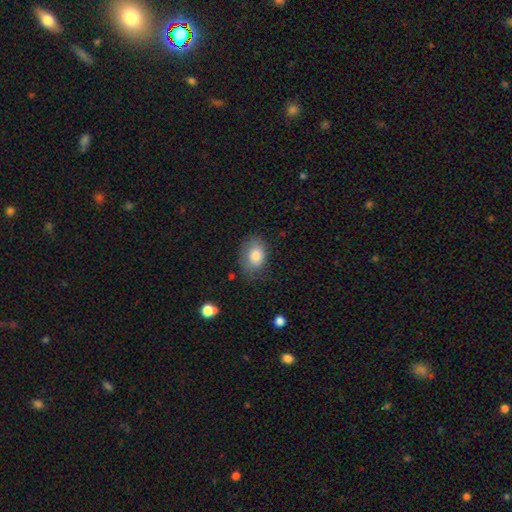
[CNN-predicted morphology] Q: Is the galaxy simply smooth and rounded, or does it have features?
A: smooth — 81%.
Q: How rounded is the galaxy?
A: in between — 79%.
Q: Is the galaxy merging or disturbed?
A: none — 63%.